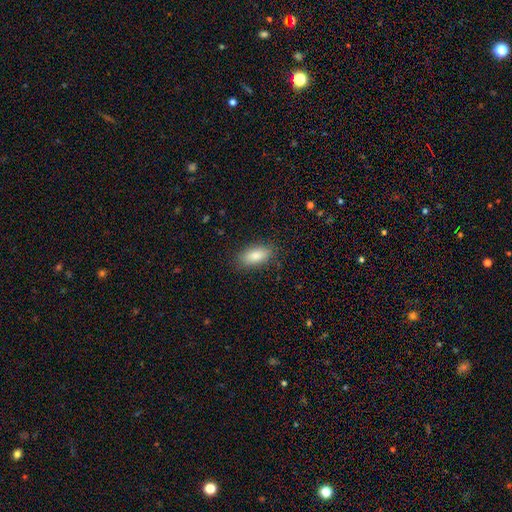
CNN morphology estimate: A smooth galaxy with no disk features (85%) that is in between round and cigar-shaped (87%). Merging: none (86%).